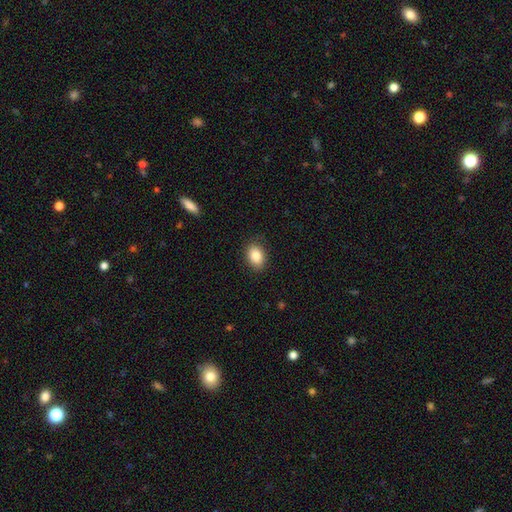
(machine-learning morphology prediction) Smooth or featured? smooth (87%)
How rounded? in between (79%)
Merging? none (88%)